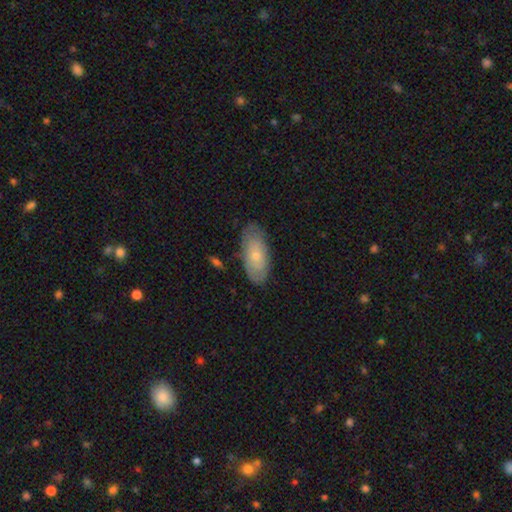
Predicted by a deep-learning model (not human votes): This is possibly a smooth galaxy (56%). How rounded: clearly in between (90%). Merging: likely none (74%).